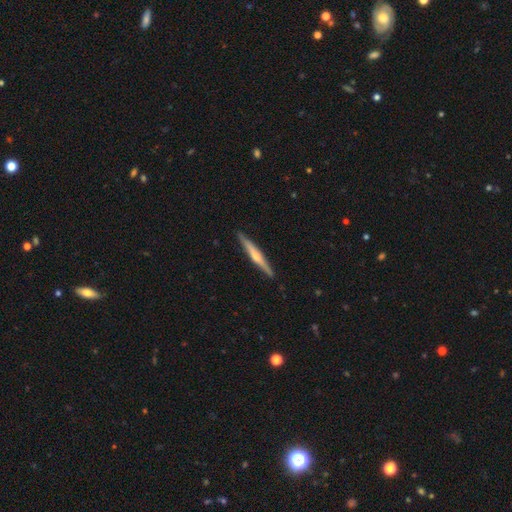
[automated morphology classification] smooth-or-featured: featured or disk: 62% | smooth: 33% | star or artifact: 5%
  disk-edge-on: yes: 98% | no: 2%
    edge-on-bulge: rounded: 71% | none: 19% | boxy: 10%
  merging: none: 90% | minor disturbance: 7% | major disturbance: 1% | merger: 1%